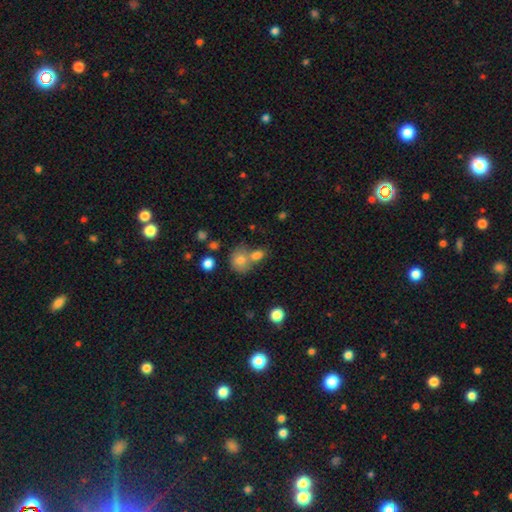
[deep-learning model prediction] The model was most divided on "merging": merger: 47%, none: 40%, minor disturbance: 9%, major disturbance: 4%. More confident: smooth or featured — smooth (77%); how rounded — round (55%).